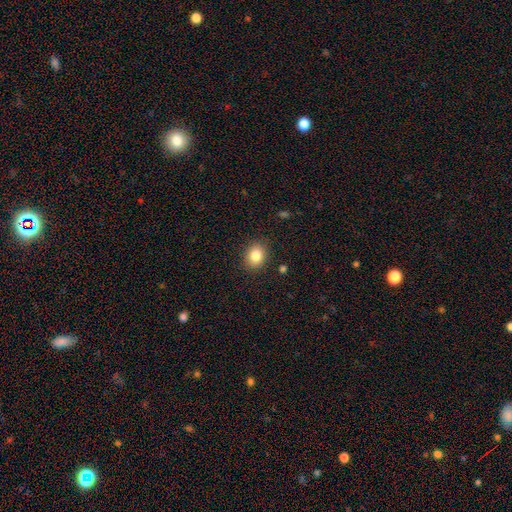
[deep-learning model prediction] smooth 84%, star or artifact 9%, featured or disk 6%. Down the decision tree: how rounded — round (53%); merging — none (89%).